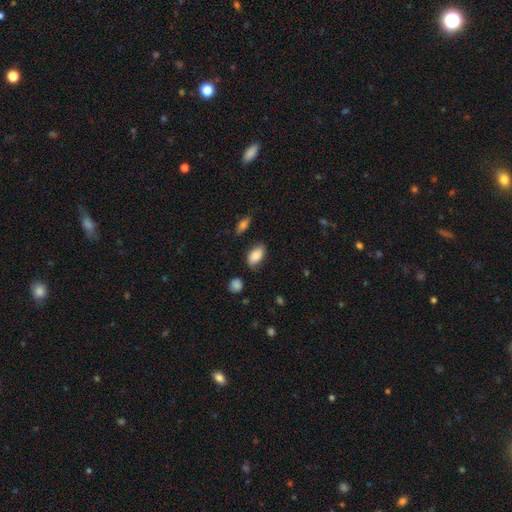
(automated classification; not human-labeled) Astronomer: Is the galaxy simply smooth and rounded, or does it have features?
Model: smooth — 82%.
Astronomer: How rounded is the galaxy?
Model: in between — 93%.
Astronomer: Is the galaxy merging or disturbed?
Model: none — 76%.